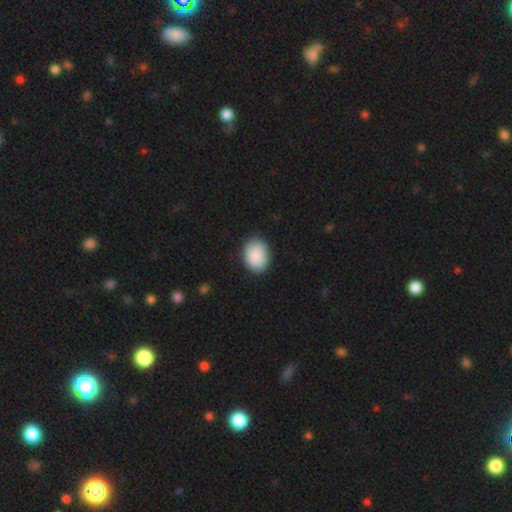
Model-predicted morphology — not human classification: smooth_or_featured: smooth (p=0.90) [alt: star or artifact p=0.06]
how_rounded: in between (p=0.70) [alt: round p=0.30]
merging: none (p=0.87) [alt: minor disturbance p=0.10]